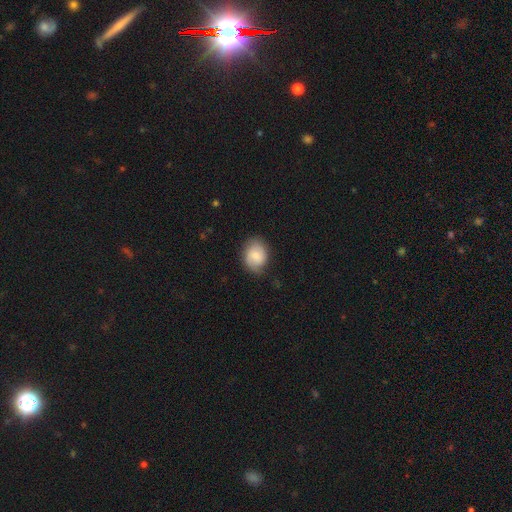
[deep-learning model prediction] A smooth galaxy with no disk features (70%) that is in between round and cigar-shaped (52%). Merging: none (73%).